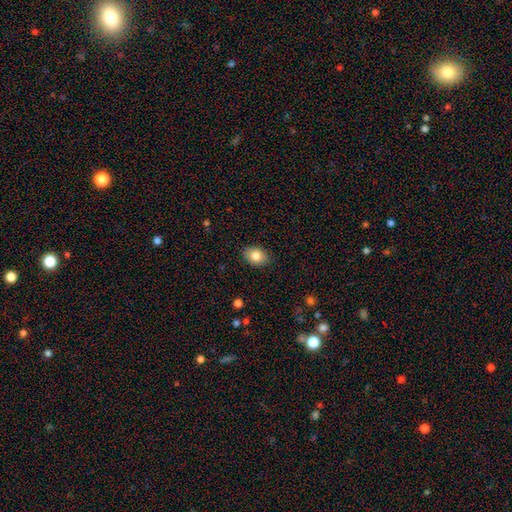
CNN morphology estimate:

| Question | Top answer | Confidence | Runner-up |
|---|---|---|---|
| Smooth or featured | smooth | 83% | featured or disk (9%) |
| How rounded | in between | 69% | round (30%) |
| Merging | none | 88% | minor disturbance (9%) |